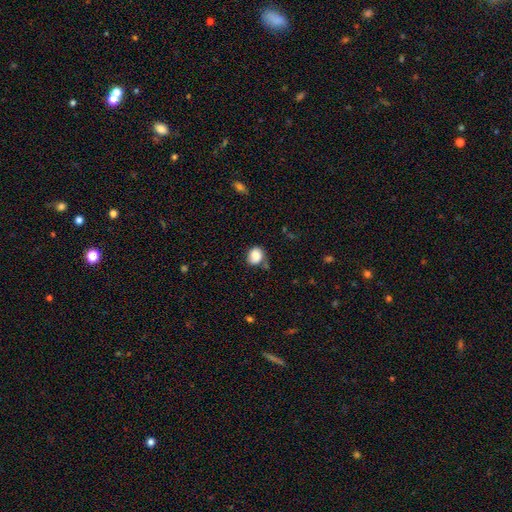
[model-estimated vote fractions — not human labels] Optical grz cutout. It shows a smooth galaxy with no disk features (86%) that is round (64%). Merging: none (64%).